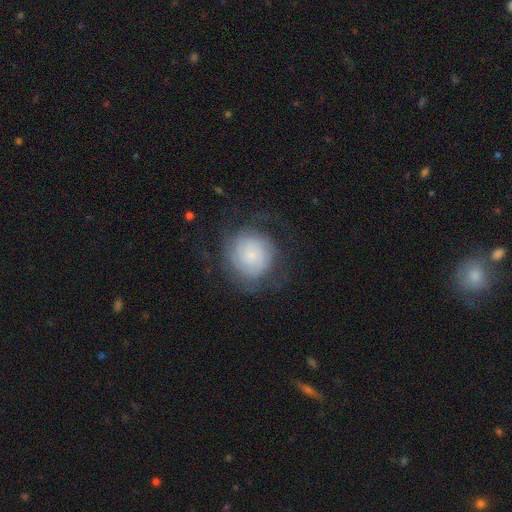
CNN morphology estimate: A smooth galaxy with no disk features (45%).

Vote fractions:
- Smooth or featured? smooth: 45% / featured or disk: 44% / star or artifact: 11%
- Merging? none: 70% / minor disturbance: 16% / major disturbance: 13% / merger: 1%